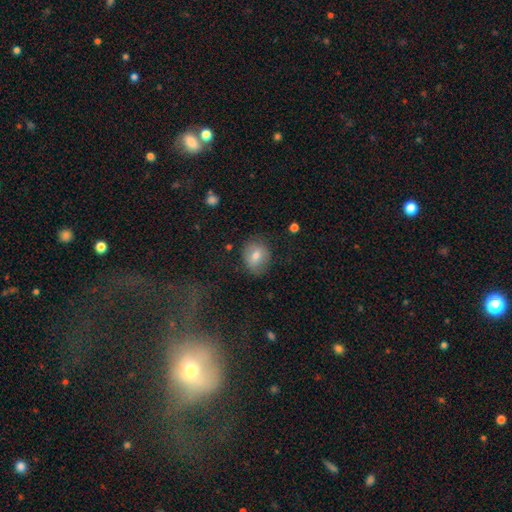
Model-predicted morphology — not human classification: A smooth galaxy with no disk features (72%) that is round (51%).

Vote fractions:
- Smooth or featured? smooth: 72% / featured or disk: 19% / star or artifact: 9%
- How rounded? round: 51% / in between: 47% / cigar-shaped: 1%
- Merging? none: 75% / minor disturbance: 17% / major disturbance: 6% / merger: 2%